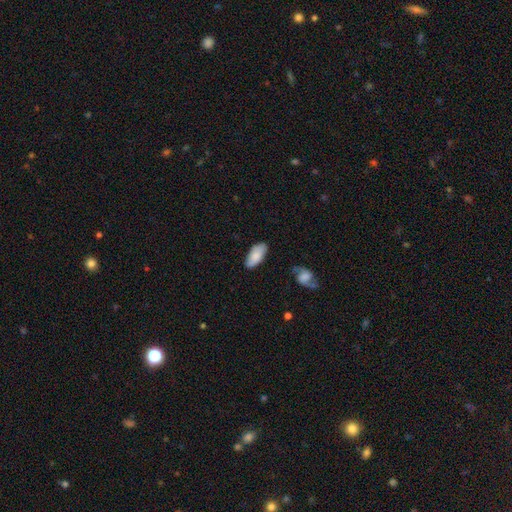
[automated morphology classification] Q: Smooth or featured?
A: smooth (82%); runner-up: featured or disk (12%)
Q: How rounded?
A: in between (91%); runner-up: cigar-shaped (7%)
Q: Merging?
A: none (78%); runner-up: minor disturbance (17%)